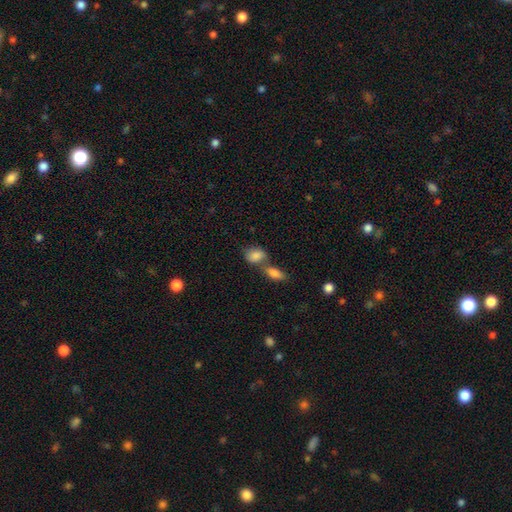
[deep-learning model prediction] smooth-or-featured: smooth: 83% | featured or disk: 10% | star or artifact: 8%
  how-rounded: in between: 77% | round: 21% | cigar-shaped: 3%
  merging: merger: 56% | none: 30% | minor disturbance: 10% | major disturbance: 4%